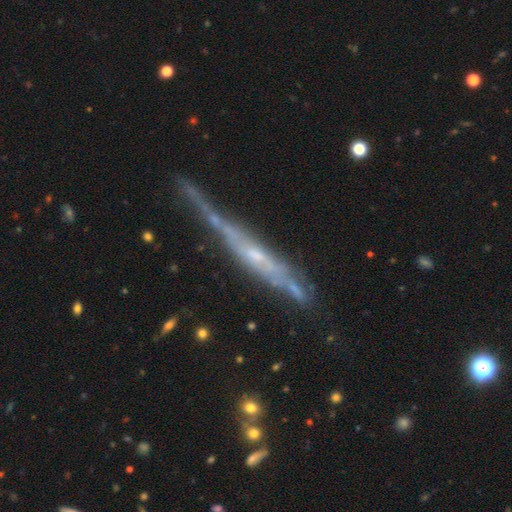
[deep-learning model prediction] Overall: featured or disk (75%). Edge-on disk: yes (89%). Edge-on bulge: none (55%; rounded 35%). Merging: none (60%; minor disturbance 27%).